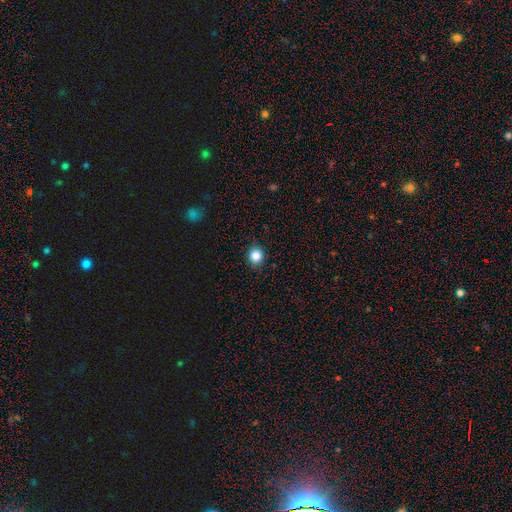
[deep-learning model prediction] This is clearly a smooth galaxy (84%). How rounded: clearly round (88%). Merging: clearly none (90%).